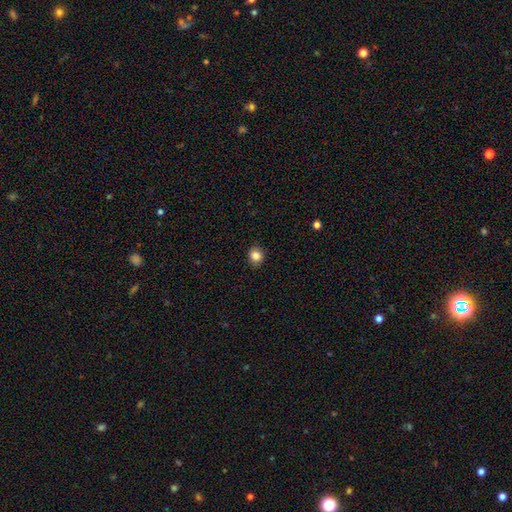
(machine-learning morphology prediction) smooth-or-featured: smooth: 84% | star or artifact: 11% | featured or disk: 5%
  how-rounded: round: 76% | in between: 23% | cigar-shaped: 1%
  merging: none: 90% | minor disturbance: 8% | major disturbance: 2% | merger: 1%